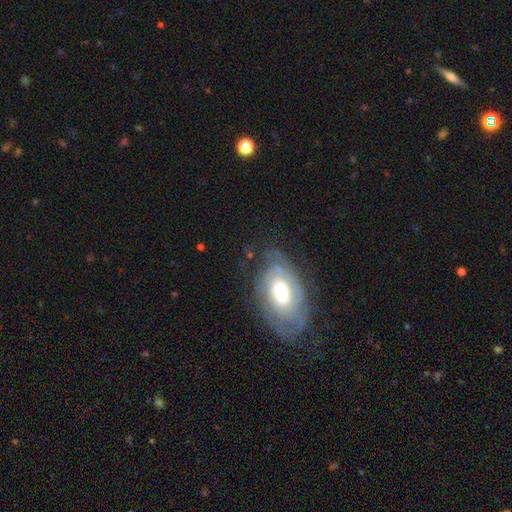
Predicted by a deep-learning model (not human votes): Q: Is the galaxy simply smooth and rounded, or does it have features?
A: featured or disk — 71%.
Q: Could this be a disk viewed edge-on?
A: no — 94%.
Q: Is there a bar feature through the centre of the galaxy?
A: no — 72%.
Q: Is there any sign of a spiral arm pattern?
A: yes — 75%.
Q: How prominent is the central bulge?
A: moderate — 48%.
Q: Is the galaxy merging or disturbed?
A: none — 70%.